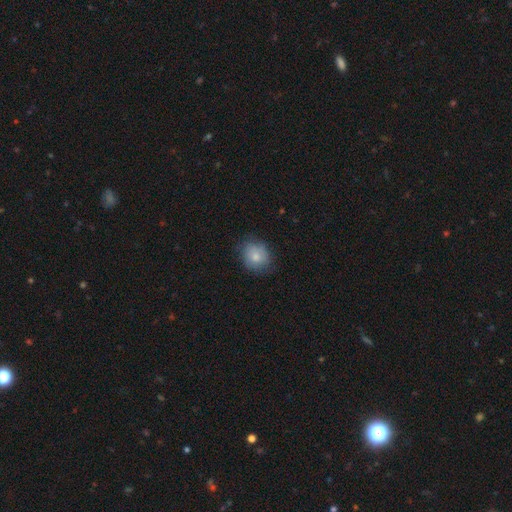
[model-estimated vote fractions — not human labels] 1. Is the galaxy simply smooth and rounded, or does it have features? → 80% smooth, 12% featured or disk, 8% star or artifact.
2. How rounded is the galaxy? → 70% round, 29% in between, 1% cigar-shaped.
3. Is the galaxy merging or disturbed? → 74% none, 20% minor disturbance, 5% major disturbance, 1% merger.